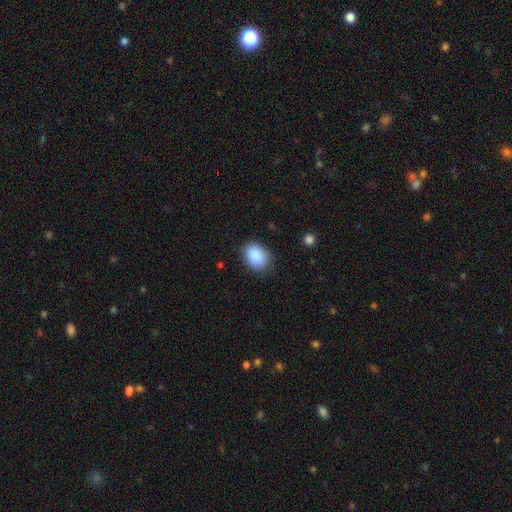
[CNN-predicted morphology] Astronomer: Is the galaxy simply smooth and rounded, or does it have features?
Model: smooth — 89%.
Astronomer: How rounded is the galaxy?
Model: in between — 74%.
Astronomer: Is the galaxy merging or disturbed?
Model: none — 81%.